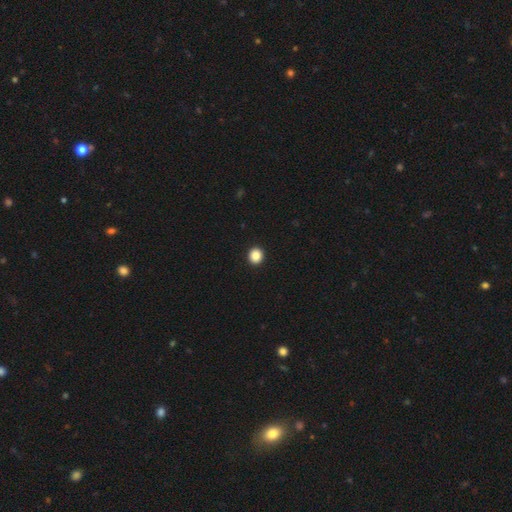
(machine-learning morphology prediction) A smooth galaxy with no disk features (87%) that is round (89%).

Vote fractions:
- Smooth or featured? smooth: 87% / star or artifact: 10% / featured or disk: 3%
- How rounded? round: 89% / in between: 10% / cigar-shaped: 1%
- Merging? none: 94% / minor disturbance: 4% / major disturbance: 1% / merger: 1%